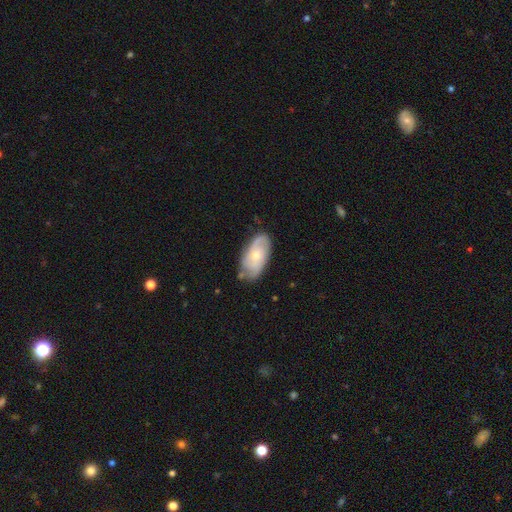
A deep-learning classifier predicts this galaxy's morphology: The model was most divided on "bulge size": moderate: 49%, small: 47%, large: 2%, none: 1%, dominant: 1%. Remaining: edge-on disk — no (94%); spiral arms — yes (87%); bar — no (75%); merging — none (71%); smooth or featured — featured or disk (64%); spiral winding — tight (46%); spiral arm count — 2 (41%).